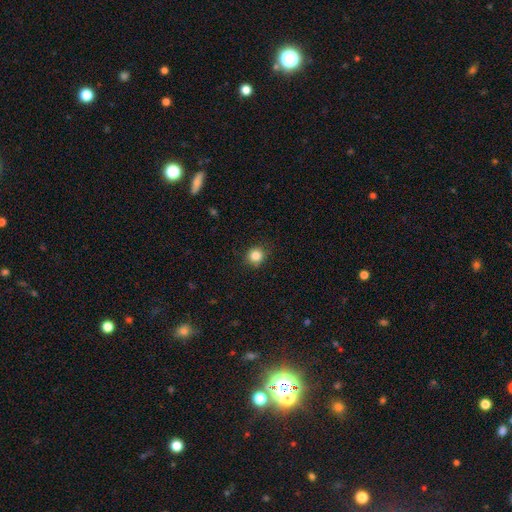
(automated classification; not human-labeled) A smooth galaxy with no disk features (85%) that is round (90%).

Vote fractions:
- Smooth or featured? smooth: 85% / star or artifact: 11% / featured or disk: 4%
- How rounded? round: 90% / in between: 9% / cigar-shaped: 1%
- Merging? none: 88% / minor disturbance: 9% / major disturbance: 2% / merger: 1%